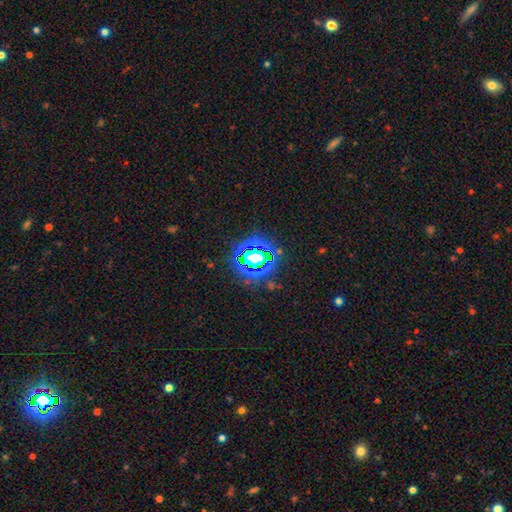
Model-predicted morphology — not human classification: Smooth or featured? Predicted: star or artifact (p=0.73).